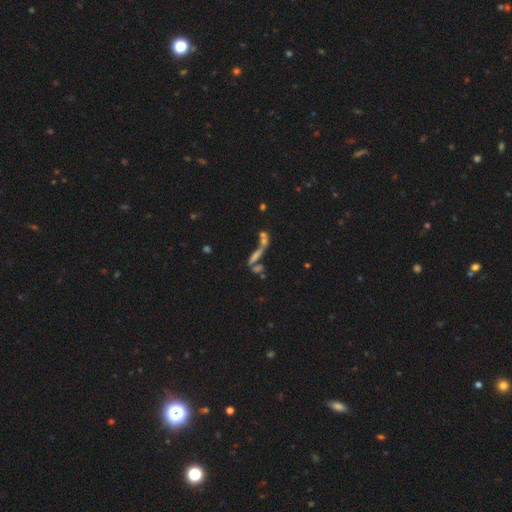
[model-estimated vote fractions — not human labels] This is marginally a smooth galaxy (37%, tied with featured or disk). Merging: possibly merger (48%).